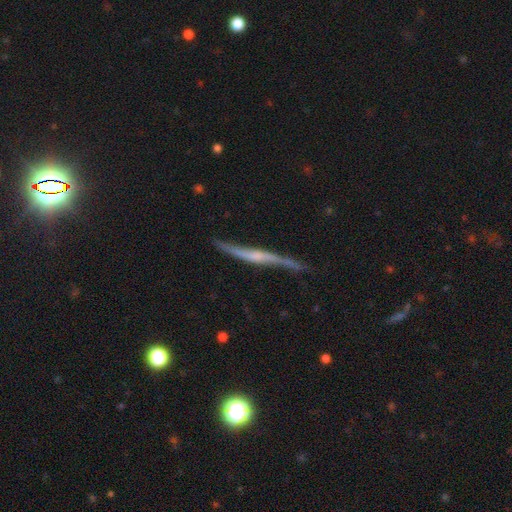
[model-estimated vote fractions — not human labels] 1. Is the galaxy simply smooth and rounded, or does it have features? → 77% featured or disk, 17% smooth, 6% star or artifact.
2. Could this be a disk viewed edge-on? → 82% yes, 18% no.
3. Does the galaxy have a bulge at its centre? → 43% rounded, 39% none, 19% boxy.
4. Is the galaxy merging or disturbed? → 62% none, 26% minor disturbance, 9% major disturbance, 4% merger.